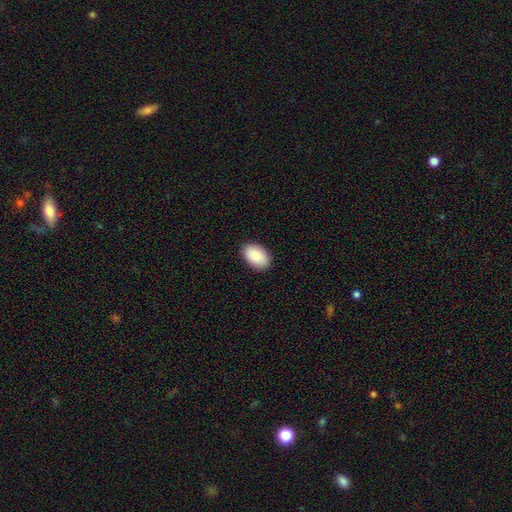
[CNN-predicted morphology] Q: Smooth or featured?
A: smooth (89%); runner-up: star or artifact (6%)
Q: How rounded?
A: in between (91%); runner-up: round (8%)
Q: Merging?
A: none (90%); runner-up: minor disturbance (8%)